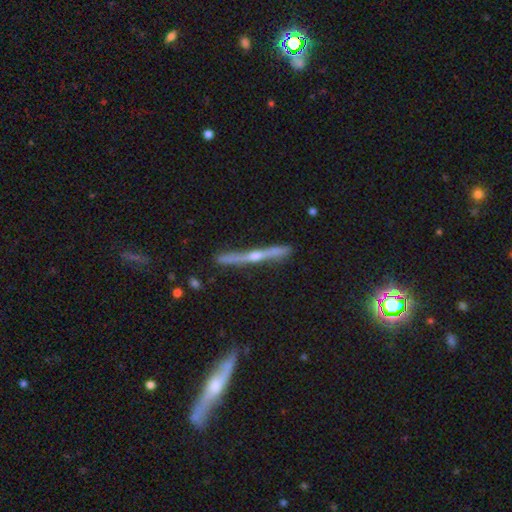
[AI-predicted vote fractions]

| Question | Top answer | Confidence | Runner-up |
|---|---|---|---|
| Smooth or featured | featured or disk | 75% | smooth (19%) |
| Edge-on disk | yes | 98% | no (2%) |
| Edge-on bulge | rounded | 85% | none (10%) |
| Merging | none | 86% | minor disturbance (10%) |